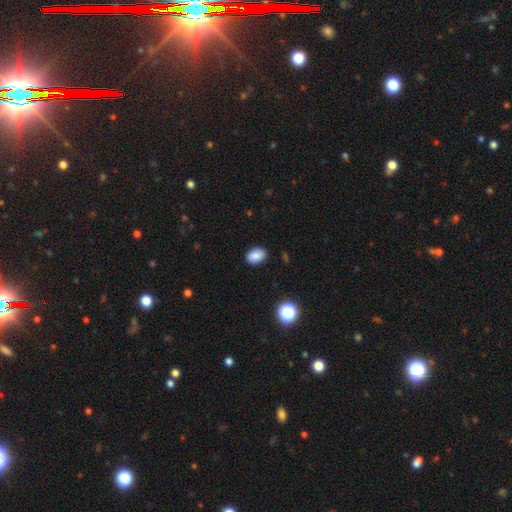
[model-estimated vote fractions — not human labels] Smooth or featured: smooth — 86% (star or artifact — 9%)
How rounded: in between — 80% (round — 19%)
Merging: none — 88% (minor disturbance — 9%)